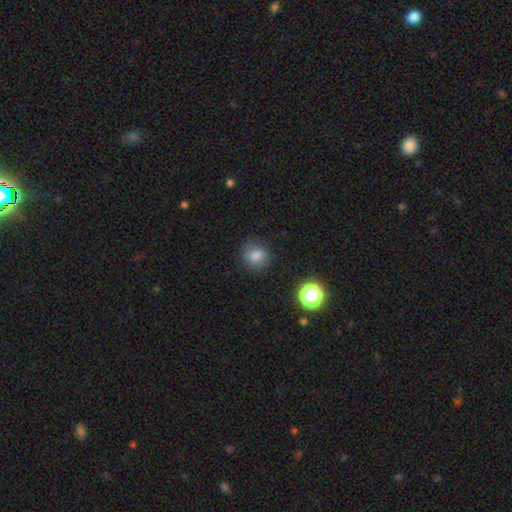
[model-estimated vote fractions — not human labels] smooth 79%, star or artifact 14%, featured or disk 7%. Down the decision tree: how rounded — round (76%); merging — none (81%).